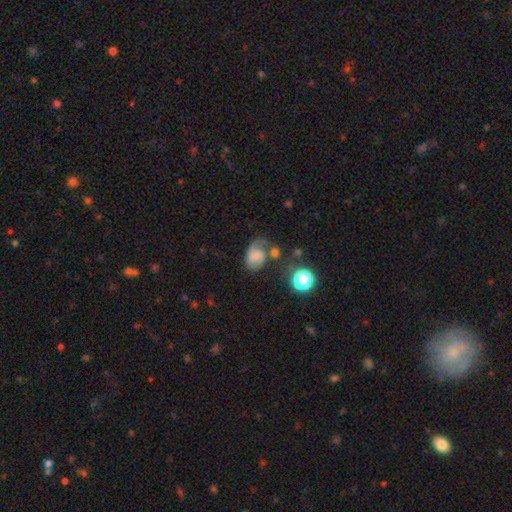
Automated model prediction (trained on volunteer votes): smooth_or_featured: featured or disk (p=0.48) [alt: smooth p=0.40]
merging: none (p=0.38) [alt: minor disturbance p=0.25]